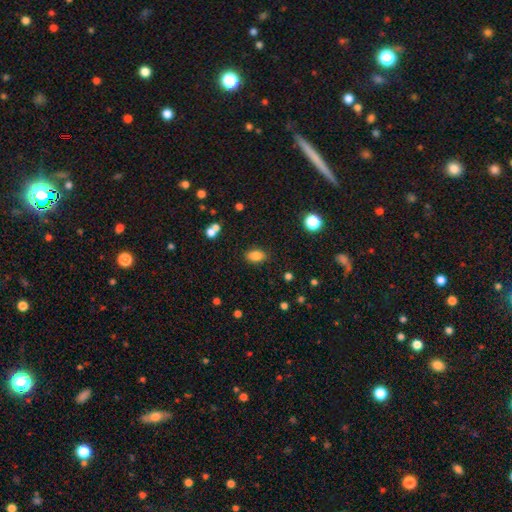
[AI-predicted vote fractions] Smooth or featured?
  - smooth: 84% *
  - star or artifact: 10%
  - featured or disk: 6%
How rounded?
  - in between: 87% *
  - round: 11%
  - cigar-shaped: 3%
Merging?
  - none: 85% *
  - minor disturbance: 10%
  - major disturbance: 3%
  - merger: 2%